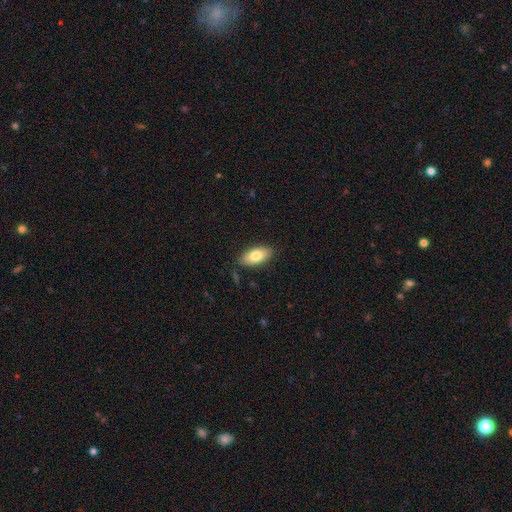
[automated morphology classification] smooth_or_featured: smooth (p=0.77) [alt: featured or disk p=0.17]
how_rounded: in between (p=0.90) [alt: cigar-shaped p=0.07]
merging: none (p=0.85) [alt: minor disturbance p=0.11]